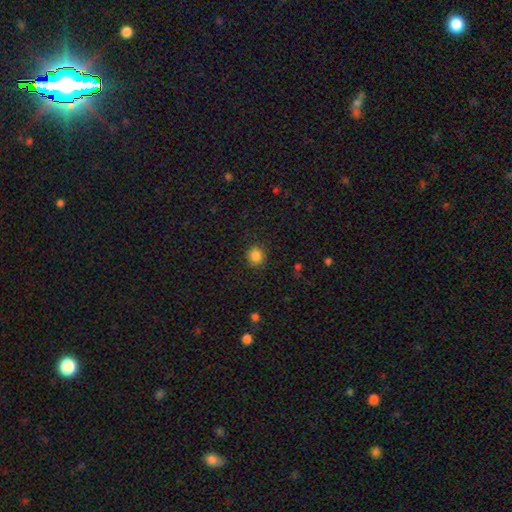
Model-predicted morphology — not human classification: smooth_or_featured: smooth (p=0.86) [alt: star or artifact p=0.11]
how_rounded: round (p=0.82) [alt: in between p=0.17]
merging: none (p=0.89) [alt: minor disturbance p=0.07]